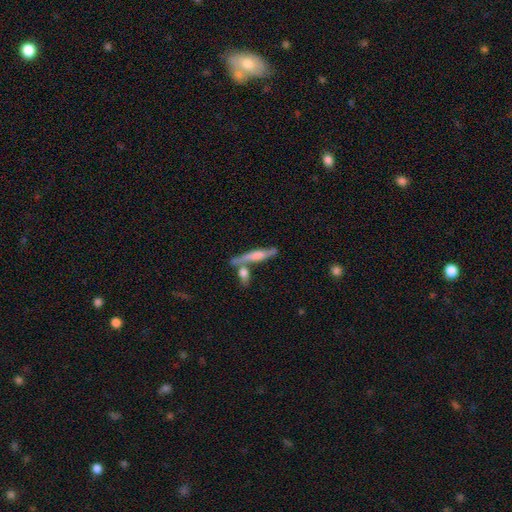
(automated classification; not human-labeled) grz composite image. It shows a featured or disk galaxy (48%). Merging: none (59%).